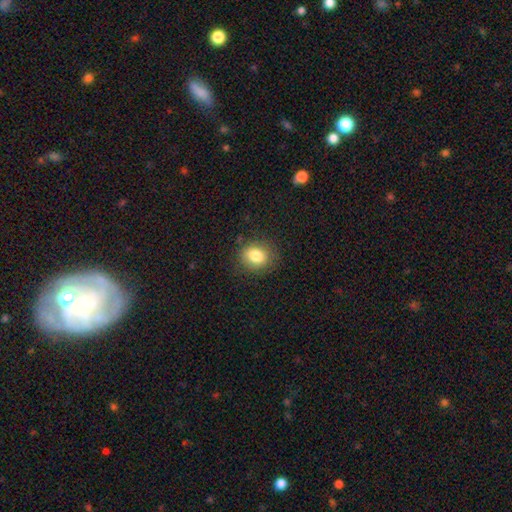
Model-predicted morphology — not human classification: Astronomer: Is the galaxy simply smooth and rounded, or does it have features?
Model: smooth — 81%.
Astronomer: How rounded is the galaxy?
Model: round — 60% (runner-up: in between, 39%).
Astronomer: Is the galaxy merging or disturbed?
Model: none — 83%.